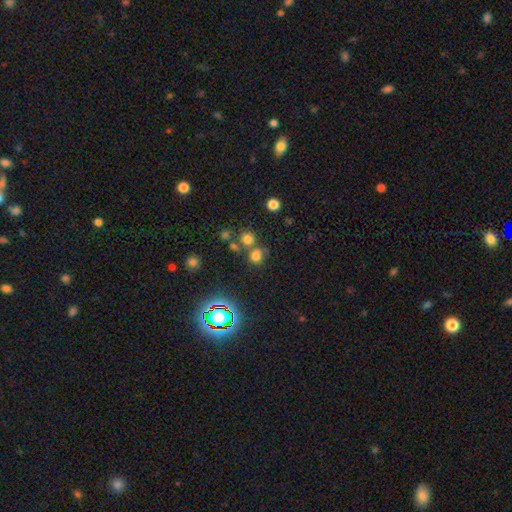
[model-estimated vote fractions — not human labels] Overall: smooth (64%; star or artifact 26%). How rounded: round (82%). Merging: none (57%; merger 28%).